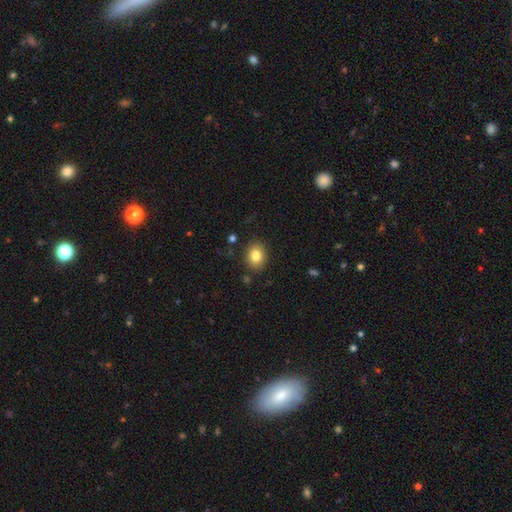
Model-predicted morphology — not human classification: Overall: smooth (83%). How rounded: in between (57%; round 42%). Merging: none (87%).